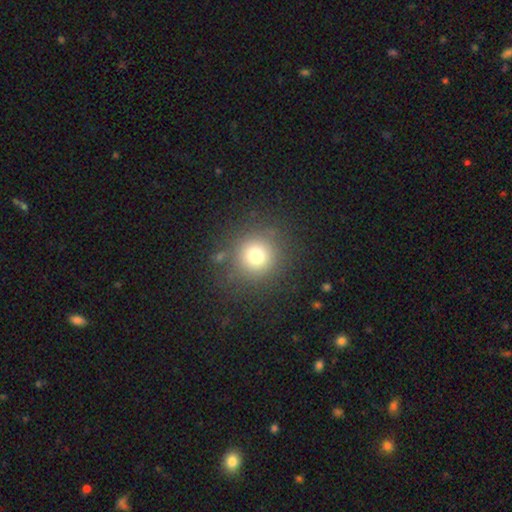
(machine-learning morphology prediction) The model was most divided on "smooth or featured": smooth: 74%, star or artifact: 16%, featured or disk: 10%. More confident: how rounded — round (93%); merging — none (84%).